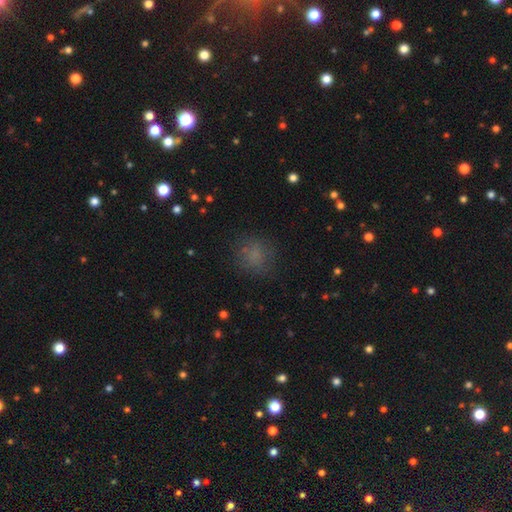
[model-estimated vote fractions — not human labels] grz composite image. It shows a smooth galaxy with no disk features (75%) that is round (80%). Merging: none (77%).